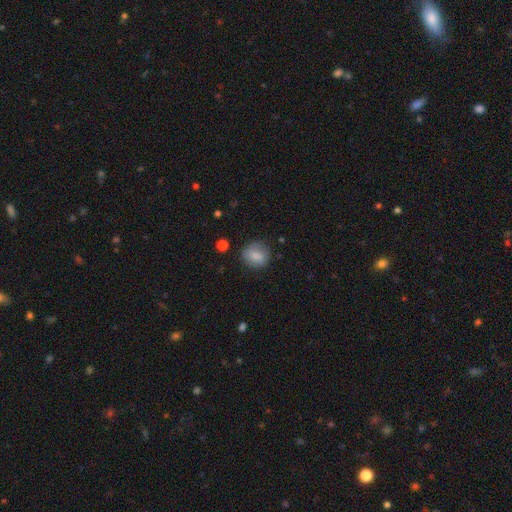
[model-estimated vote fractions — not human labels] smooth 81%, featured or disk 10%, star or artifact 9%. Down the decision tree: how rounded — round (67%); merging — none (76%).